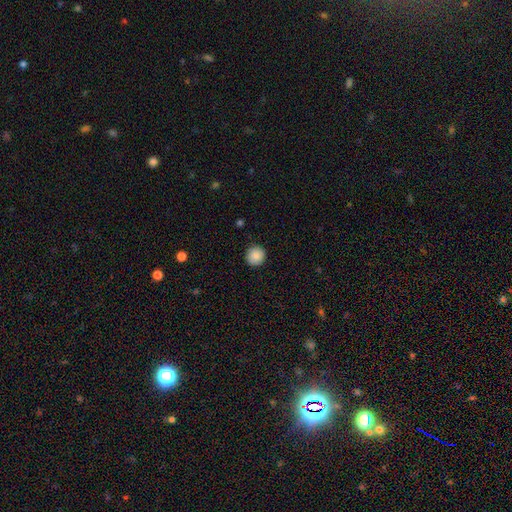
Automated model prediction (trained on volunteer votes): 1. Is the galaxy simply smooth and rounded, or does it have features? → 88% smooth, 8% star or artifact, 4% featured or disk.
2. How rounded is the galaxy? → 94% round, 5% in between, 1% cigar-shaped.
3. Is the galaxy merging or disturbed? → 92% none, 6% minor disturbance, 2% major disturbance, 1% merger.